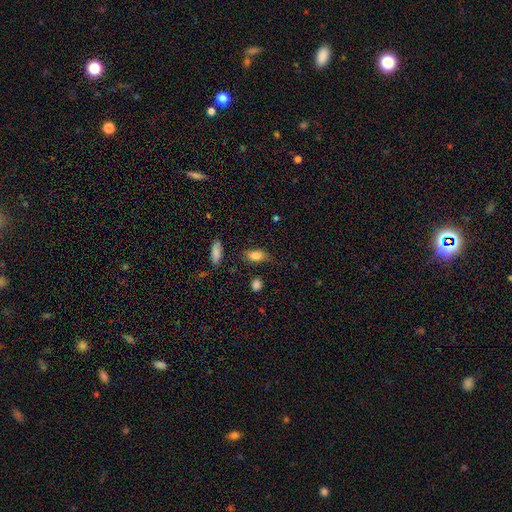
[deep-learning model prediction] Q: Smooth or featured?
A: smooth (81%); runner-up: featured or disk (10%)
Q: How rounded?
A: in between (87%); runner-up: round (7%)
Q: Merging?
A: none (73%); runner-up: minor disturbance (20%)